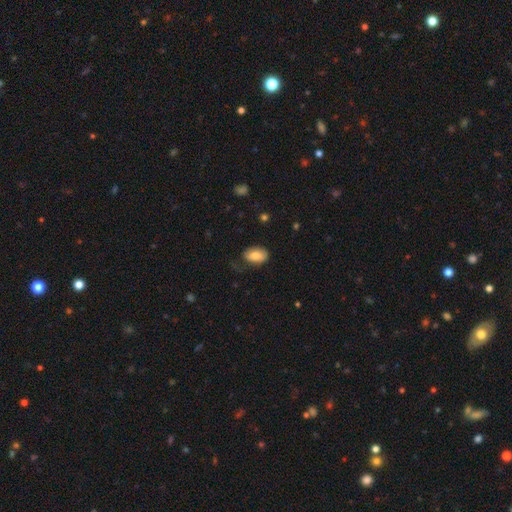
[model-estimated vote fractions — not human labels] smooth_or_featured: smooth (p=0.80) [alt: featured or disk p=0.13]
how_rounded: in between (p=0.92) [alt: round p=0.06]
merging: none (p=0.62) [alt: minor disturbance p=0.25]